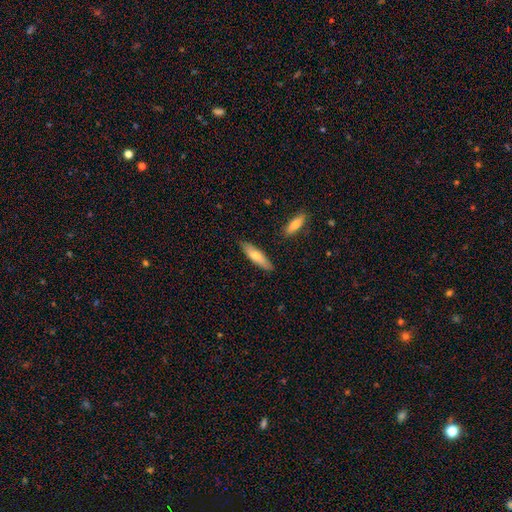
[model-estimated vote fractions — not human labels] Overall: smooth (71%). How rounded: cigar-shaped (66%; in between 33%). Merging: none (85%).